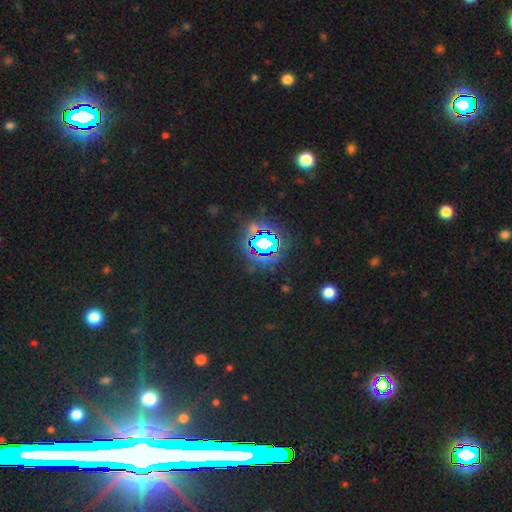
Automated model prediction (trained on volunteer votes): Q: Smooth or featured?
A: star or artifact (80%); runner-up: smooth (10%)